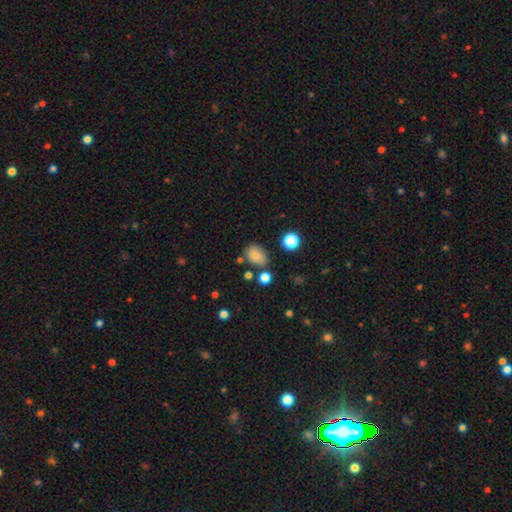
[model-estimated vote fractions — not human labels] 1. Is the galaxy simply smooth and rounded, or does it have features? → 81% smooth, 12% star or artifact, 7% featured or disk.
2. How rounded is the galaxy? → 74% in between, 25% round, 1% cigar-shaped.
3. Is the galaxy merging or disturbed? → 73% none, 16% minor disturbance, 7% merger, 4% major disturbance.